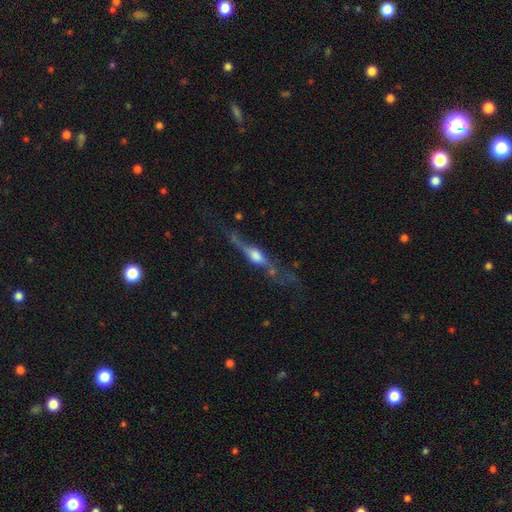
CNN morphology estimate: type=featured or disk (74%); edge-on=yes (83%); edge-on bulge=rounded (84%); merging=none (53%).